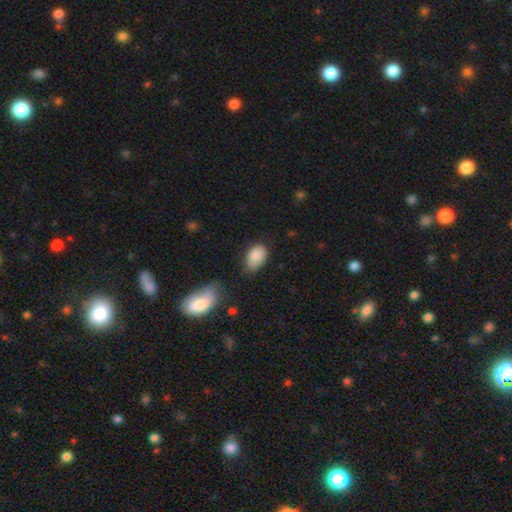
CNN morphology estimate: Overall: smooth (87%). How rounded: in between (89%). Merging: none (55%; minor disturbance 34%).